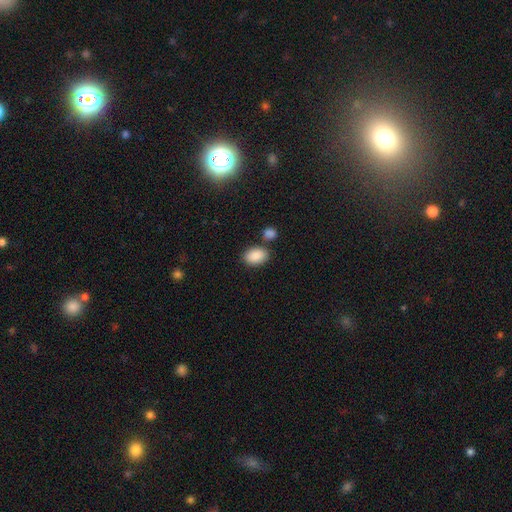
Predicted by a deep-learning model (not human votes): Q: Smooth or featured?
A: smooth (89%); runner-up: star or artifact (7%)
Q: How rounded?
A: in between (87%); runner-up: round (12%)
Q: Merging?
A: none (74%); runner-up: minor disturbance (12%)